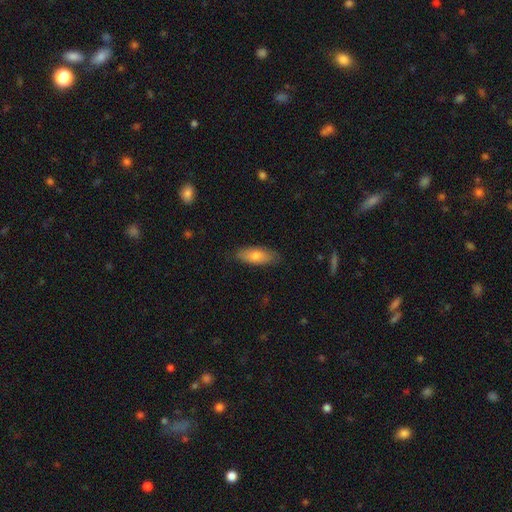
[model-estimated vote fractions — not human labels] The model was most divided on "how rounded": in between: 73%, cigar-shaped: 25%, round: 2%. More confident: merging — none (81%); smooth or featured — smooth (73%).